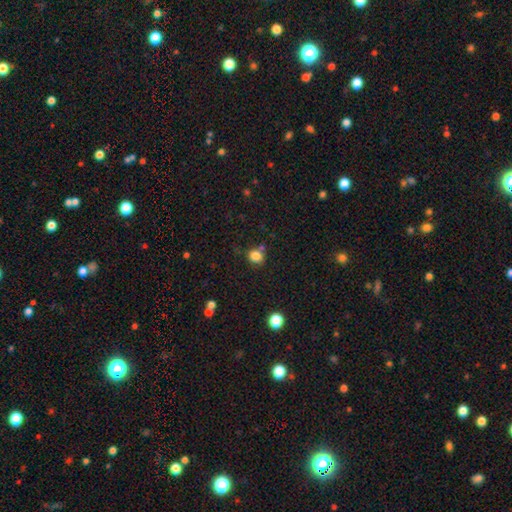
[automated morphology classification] Smooth or featured? Predicted: smooth (p=0.83). How rounded? Predicted: round (p=0.82). Merging? Predicted: none (p=0.69).